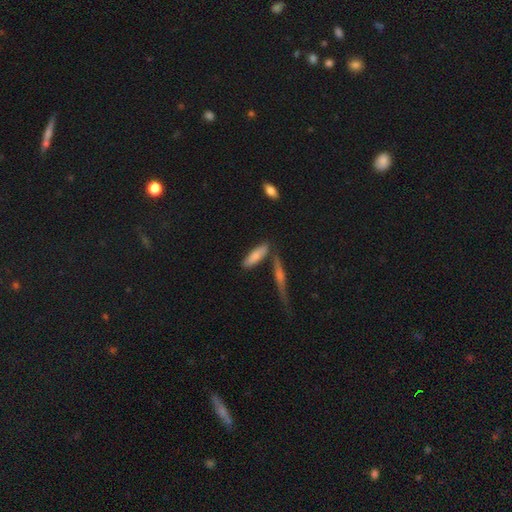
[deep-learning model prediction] Smooth or featured?
  - smooth: 78% *
  - featured or disk: 16%
  - star or artifact: 6%
How rounded?
  - cigar-shaped: 50% *
  - in between: 48%
  - round: 2%
Merging?
  - none: 67% *
  - minor disturbance: 14%
  - merger: 14%
  - major disturbance: 4%